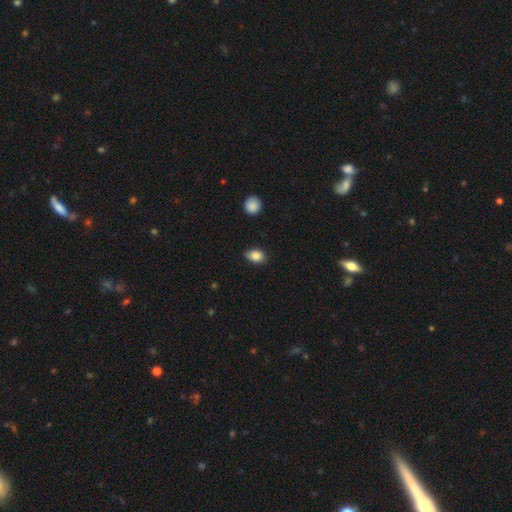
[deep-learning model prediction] This is clearly a smooth galaxy (86%). How rounded: likely in between (77%). Merging: likely none (76%).